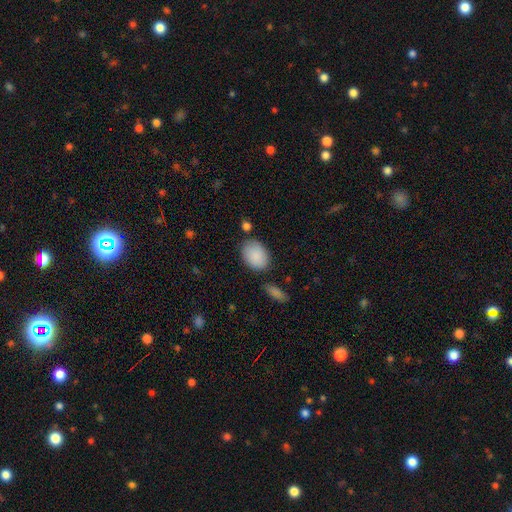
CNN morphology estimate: A smooth galaxy with no disk features (89%) that is in between round and cigar-shaped (77%).

Vote fractions:
- Smooth or featured? smooth: 89% / star or artifact: 6% / featured or disk: 5%
- How rounded? in between: 77% / round: 22% / cigar-shaped: 1%
- Merging? none: 75% / minor disturbance: 15% / merger: 6% / major disturbance: 4%